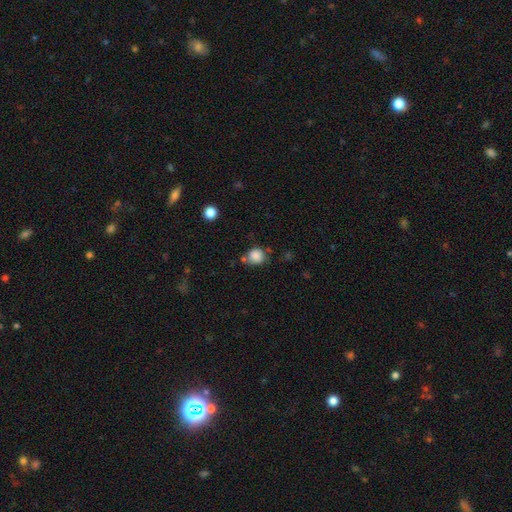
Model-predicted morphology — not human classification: Overall: smooth (85%). How rounded: round (83%). Merging: none (65%).